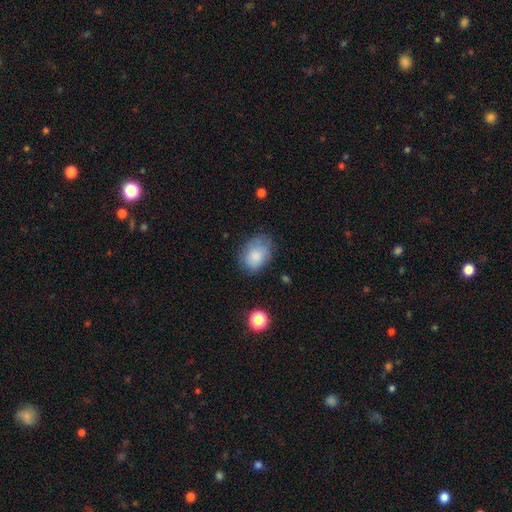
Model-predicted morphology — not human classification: Smooth or featured?
  - smooth: 81% *
  - featured or disk: 11%
  - star or artifact: 8%
How rounded?
  - in between: 70% *
  - round: 29%
  - cigar-shaped: 1%
Merging?
  - none: 63% *
  - minor disturbance: 26%
  - major disturbance: 9%
  - merger: 2%